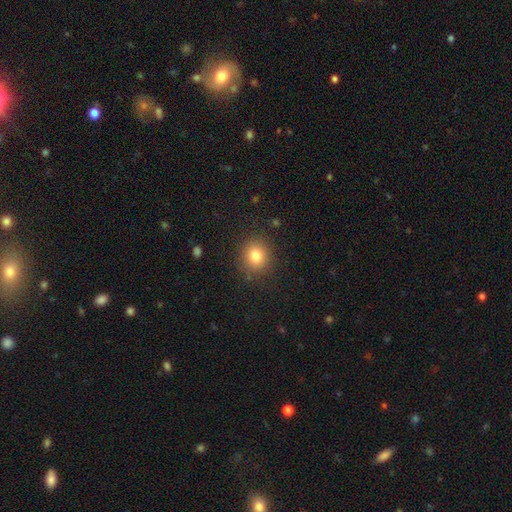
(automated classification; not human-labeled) Smooth or featured: smooth — 81% (star or artifact — 12%)
How rounded: round — 85% (in between — 14%)
Merging: none — 87% (minor disturbance — 8%)